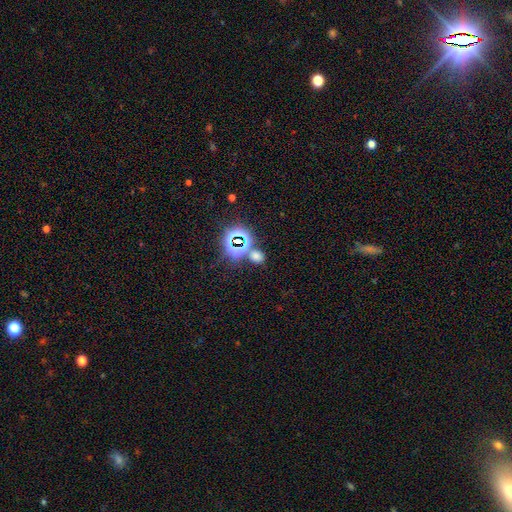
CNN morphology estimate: Q: Smooth or featured?
A: smooth (53%); runner-up: star or artifact (41%)
Q: How rounded?
A: round (55%); runner-up: in between (43%)
Q: Merging?
A: none (70%); runner-up: merger (15%)